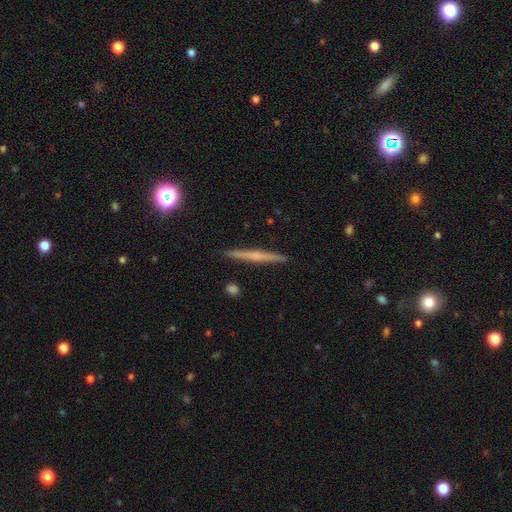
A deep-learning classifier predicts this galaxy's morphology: type=featured or disk (62%); edge-on=yes (98%); edge-on bulge=none (49%); merging=none (92%).